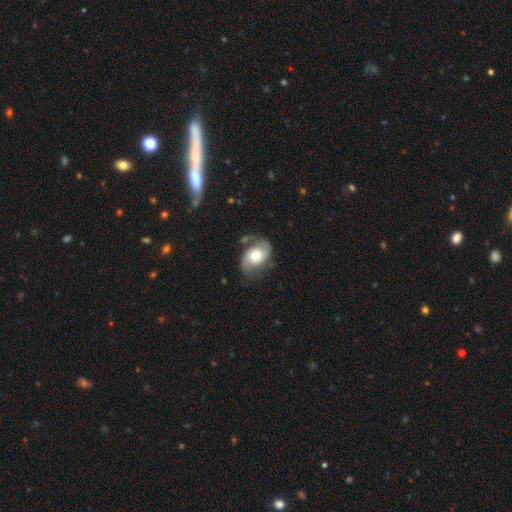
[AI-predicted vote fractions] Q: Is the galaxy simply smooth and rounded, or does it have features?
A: featured or disk — 59%.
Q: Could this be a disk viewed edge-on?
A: no — 96%.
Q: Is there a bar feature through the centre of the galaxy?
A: no — 72%.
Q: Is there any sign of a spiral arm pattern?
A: yes — 83%.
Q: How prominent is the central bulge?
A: moderate — 66%.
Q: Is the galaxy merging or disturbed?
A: none — 55%.